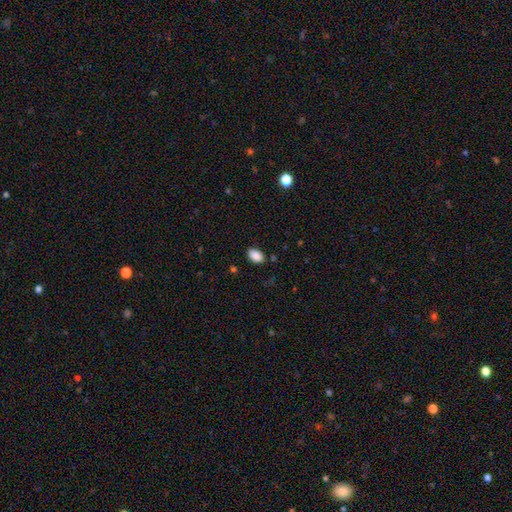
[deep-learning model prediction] This appears to be a smooth galaxy with no disk features (89%) that is in between round and cigar-shaped (89%). Merging: none (85%).